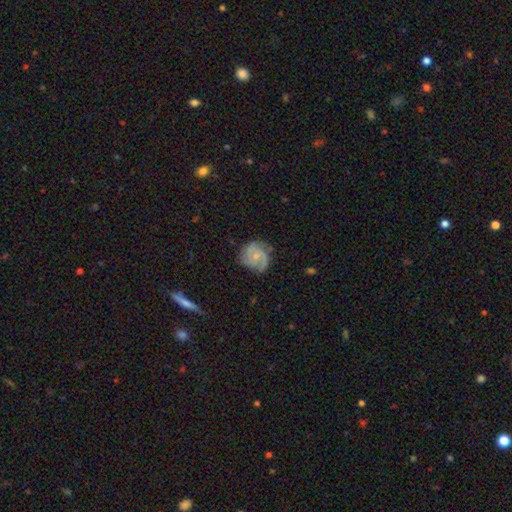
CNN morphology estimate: Smooth or featured? Predicted: featured or disk (p=0.76). Edge-on disk? Predicted: no (p=0.98). Bar? Predicted: no (p=0.70). Spiral arms? Predicted: yes (p=0.95). Spiral winding? Predicted: medium (p=0.43, tied with tight). Spiral arm count? Predicted: 2 (p=0.41). Bulge size? Predicted: small (p=0.67). Merging? Predicted: none (p=0.69).